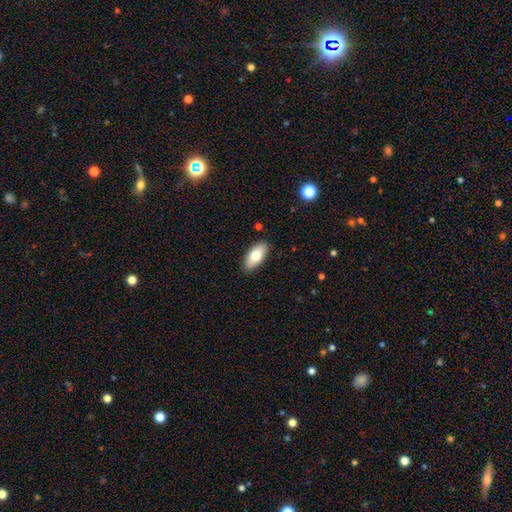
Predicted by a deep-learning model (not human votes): smooth 75%, featured or disk 19%, star or artifact 6%. Down the decision tree: how rounded — in between (88%); merging — none (88%).